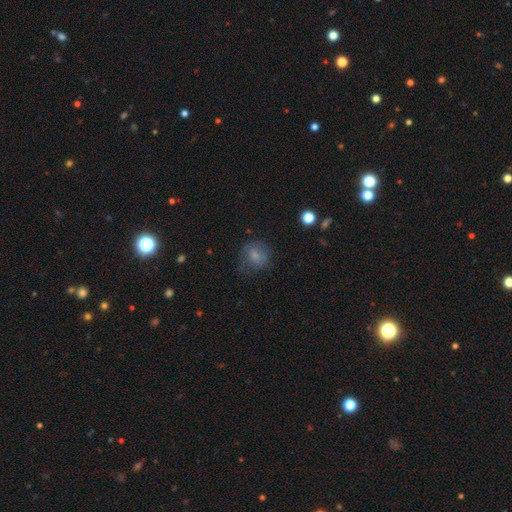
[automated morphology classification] This appears to be a smooth galaxy with no disk features (72%) that is round (73%). Merging: none (55%).